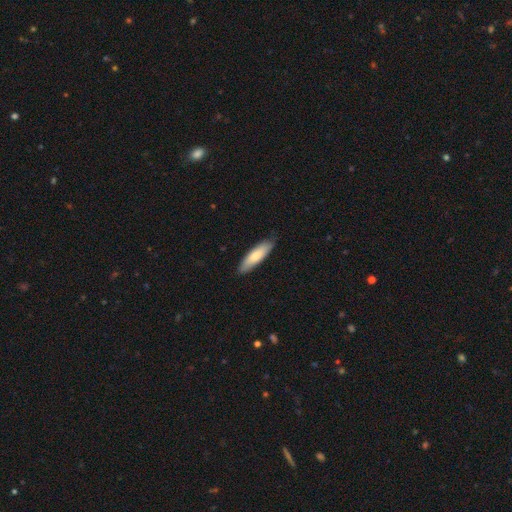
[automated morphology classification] A smooth galaxy with no disk features (79%) that is cigar-shaped (63%).

Vote fractions:
- Smooth or featured? smooth: 79% / featured or disk: 16% / star or artifact: 5%
- How rounded? cigar-shaped: 63% / in between: 36% / round: 1%
- Merging? none: 84% / minor disturbance: 13% / major disturbance: 2% / merger: 1%